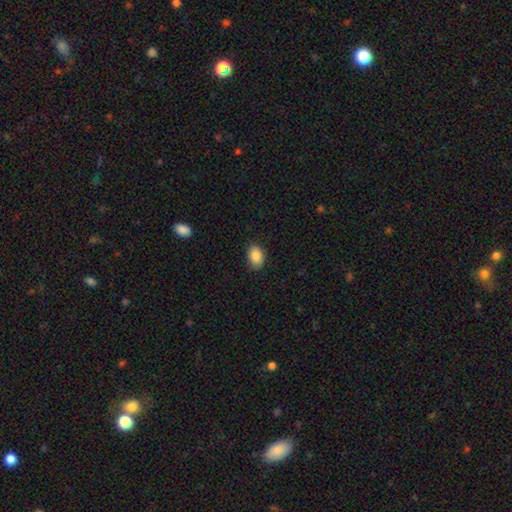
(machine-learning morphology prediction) Smooth or featured? smooth (88%)
How rounded? in between (80%)
Merging? none (85%)